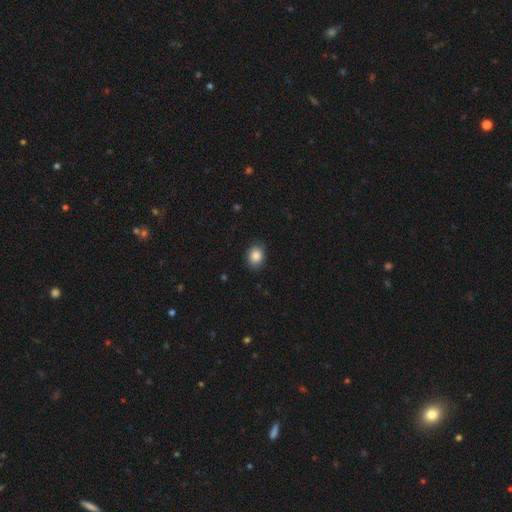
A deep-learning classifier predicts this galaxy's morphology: Q: Smooth or featured?
A: smooth (87%); runner-up: star or artifact (8%)
Q: How rounded?
A: round (50%); runner-up: in between (49%)
Q: Merging?
A: none (83%); runner-up: minor disturbance (14%)